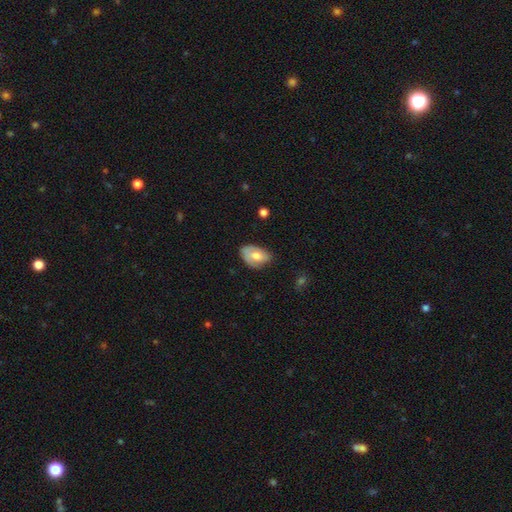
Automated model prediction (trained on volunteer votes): Morphology: type=smooth (61%); roundness=in between (89%); merging=none (54%).